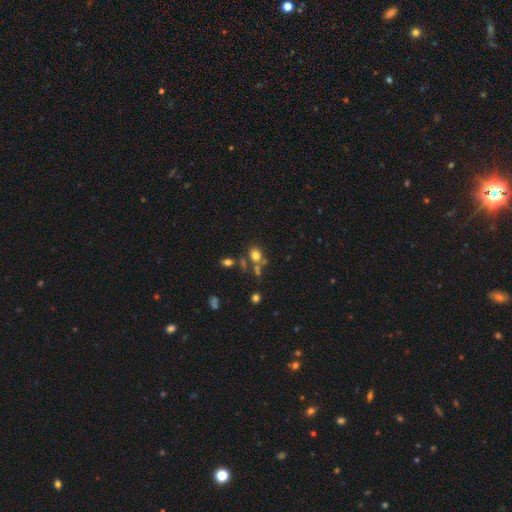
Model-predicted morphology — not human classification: The model was most divided on "how rounded": round: 51%, in between: 48%, cigar-shaped: 2%. More confident: smooth or featured — smooth (73%); merging — none (54%).